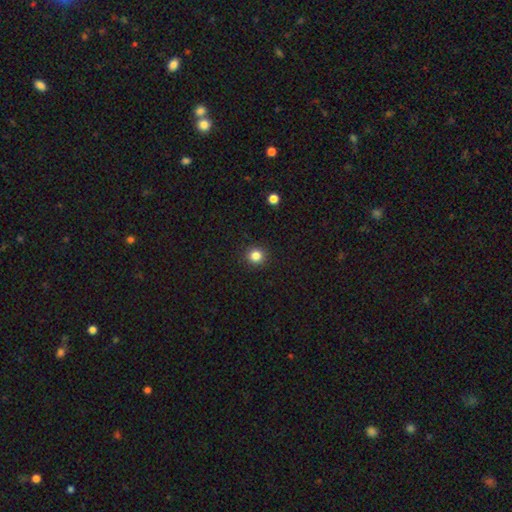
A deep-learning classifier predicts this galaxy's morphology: smooth-or-featured: smooth: 84% | star or artifact: 12% | featured or disk: 4%
  how-rounded: round: 94% | in between: 6% | cigar-shaped: 1%
  merging: none: 92% | minor disturbance: 5% | major disturbance: 2% | merger: 1%